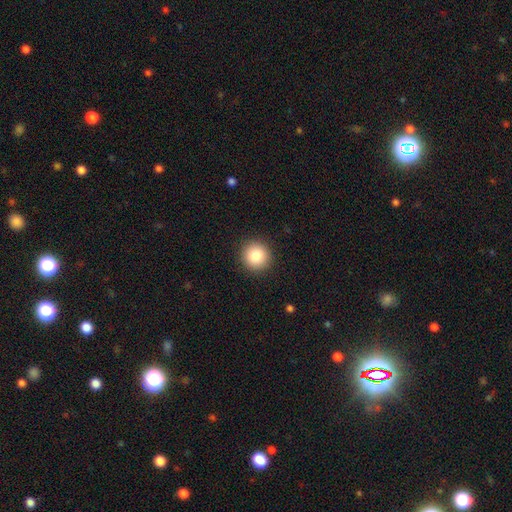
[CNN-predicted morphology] Q: Smooth or featured?
A: smooth (84%); runner-up: star or artifact (10%)
Q: How rounded?
A: round (94%); runner-up: in between (5%)
Q: Merging?
A: none (92%); runner-up: minor disturbance (5%)